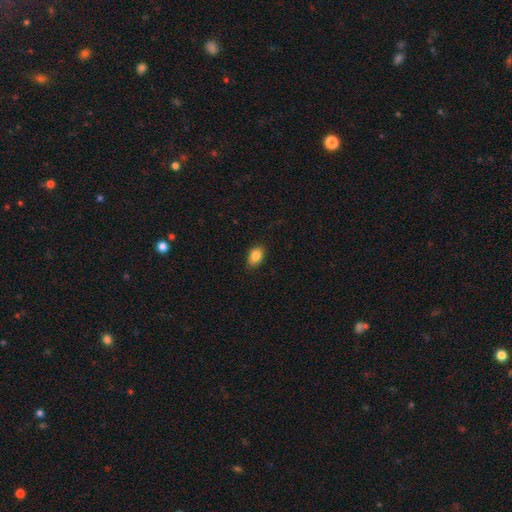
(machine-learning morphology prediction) smooth 86%, star or artifact 8%, featured or disk 6%. Down the decision tree: how rounded — in between (84%); merging — none (86%).